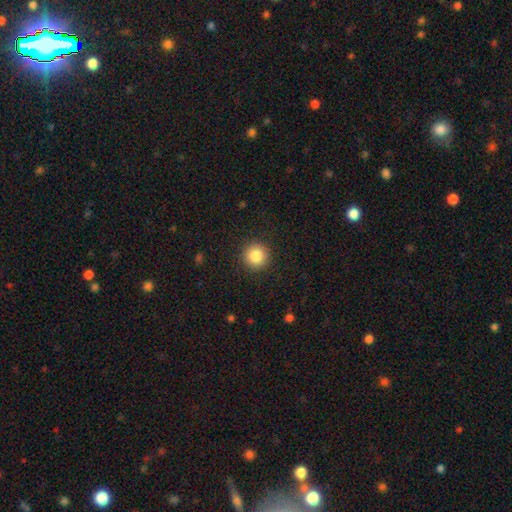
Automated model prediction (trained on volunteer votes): Q: Smooth or featured?
A: smooth (85%); runner-up: star or artifact (10%)
Q: How rounded?
A: round (95%); runner-up: in between (4%)
Q: Merging?
A: none (92%); runner-up: minor disturbance (5%)